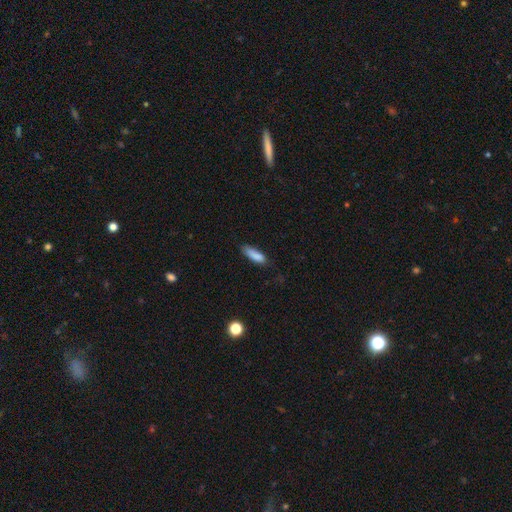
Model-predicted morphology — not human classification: A smooth galaxy with no disk features (85%) that is in between round and cigar-shaped (51%). Merging: none (63%).